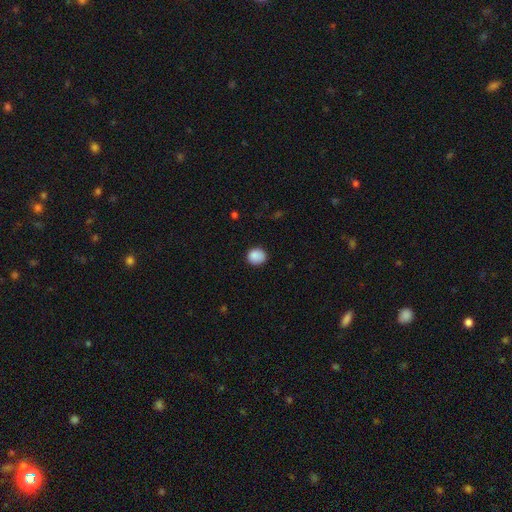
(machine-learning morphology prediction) Smooth or featured? Predicted: smooth (p=0.88). How rounded? Predicted: round (p=0.78). Merging? Predicted: none (p=0.83).